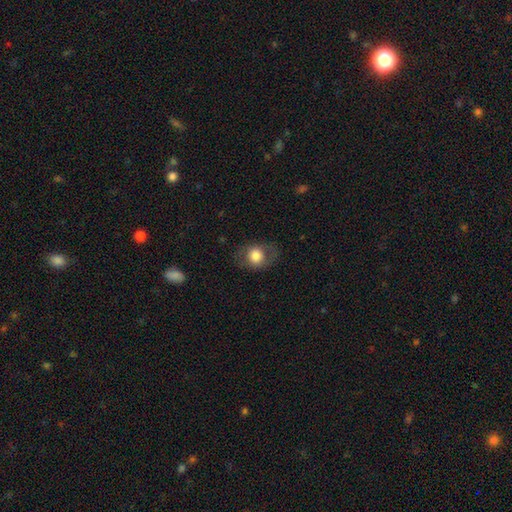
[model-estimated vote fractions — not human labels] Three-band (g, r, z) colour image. It shows a smooth galaxy with no disk features (74%) that is round (52%). Merging: none (76%).